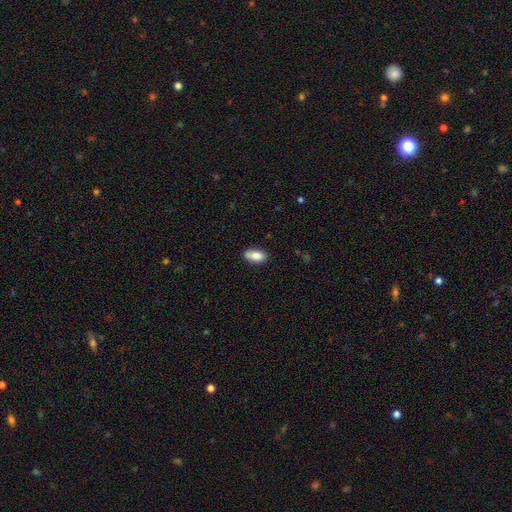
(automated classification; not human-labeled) This is clearly a smooth galaxy (85%). How rounded: clearly in between (89%). Merging: clearly none (81%).